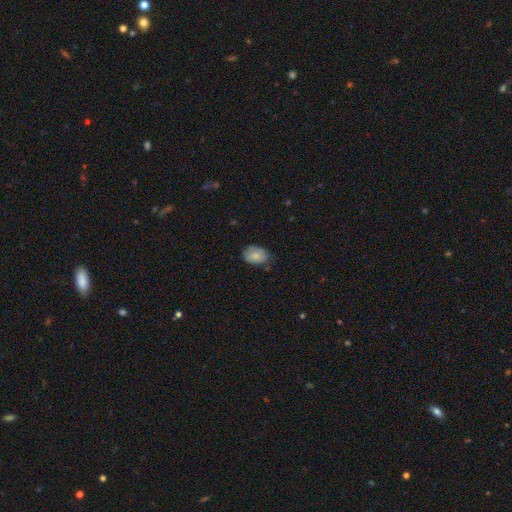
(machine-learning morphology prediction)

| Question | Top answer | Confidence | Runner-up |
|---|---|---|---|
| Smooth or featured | smooth | 83% | featured or disk (10%) |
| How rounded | in between | 78% | round (21%) |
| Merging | none | 67% | minor disturbance (27%) |